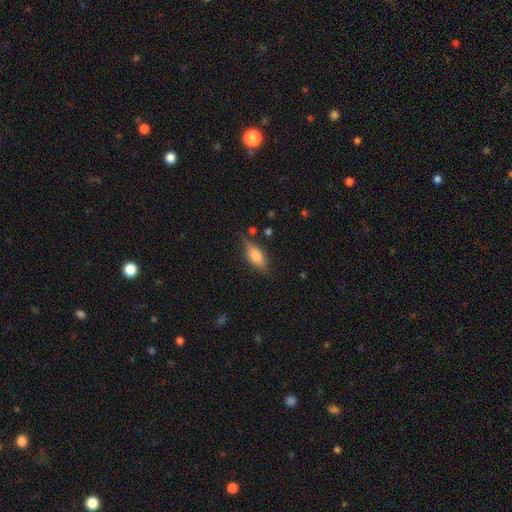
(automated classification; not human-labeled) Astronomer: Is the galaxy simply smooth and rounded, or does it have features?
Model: smooth — 75%.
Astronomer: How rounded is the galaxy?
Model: in between — 83%.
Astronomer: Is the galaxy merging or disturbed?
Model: none — 67%.